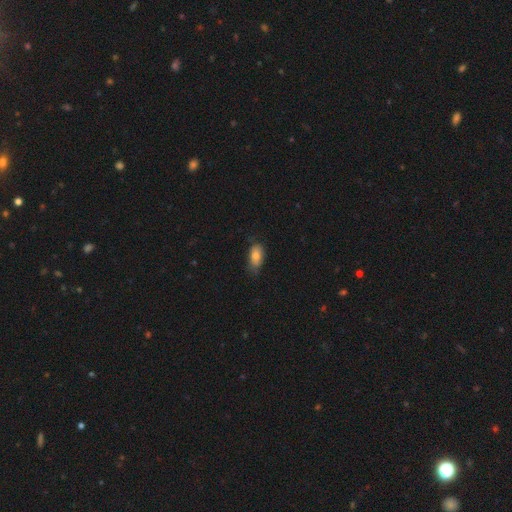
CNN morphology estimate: Smooth or featured? Predicted: smooth (p=0.81). How rounded? Predicted: in between (p=0.90). Merging? Predicted: none (p=0.65).